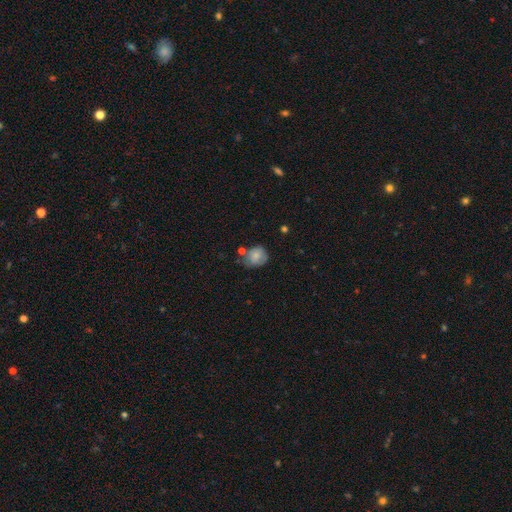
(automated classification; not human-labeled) Overall: smooth (75%). How rounded: round (74%). Merging: none (54%; minor disturbance 28%).